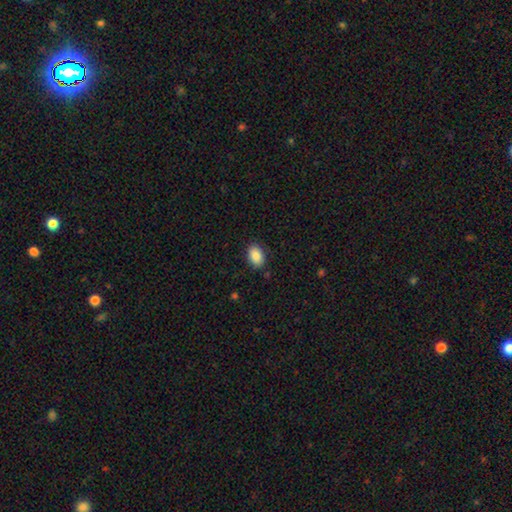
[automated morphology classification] smooth_or_featured: smooth (p=0.88) [alt: star or artifact p=0.07]
how_rounded: in between (p=0.87) [alt: round p=0.12]
merging: none (p=0.86) [alt: minor disturbance p=0.10]